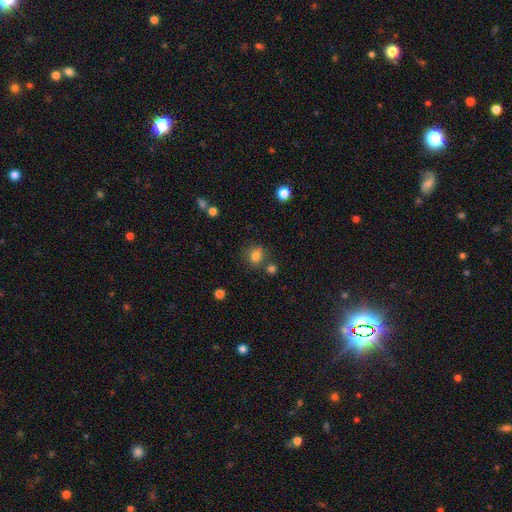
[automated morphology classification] Overall: smooth (80%). How rounded: round (65%; in between 34%). Merging: none (70%).